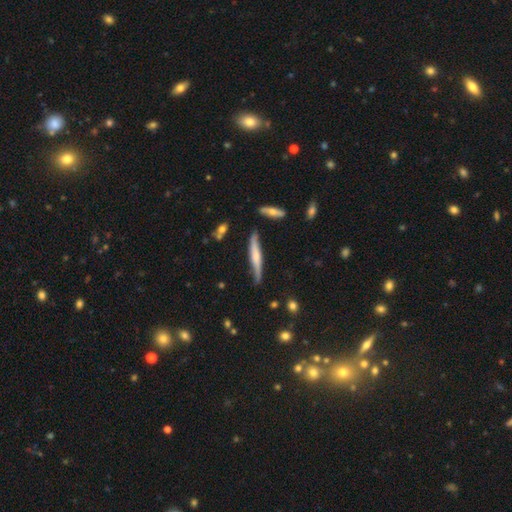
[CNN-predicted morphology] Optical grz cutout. It shows a featured or disk galaxy (53%) viewed edge-on (88%). Merging: none (71%).